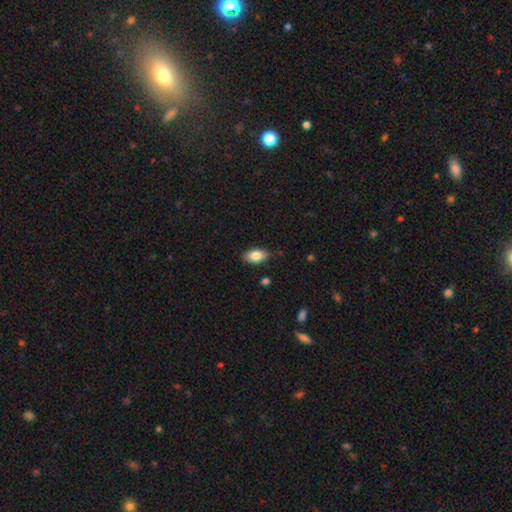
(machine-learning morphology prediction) Overall: smooth (83%). How rounded: in between (92%). Merging: none (86%).